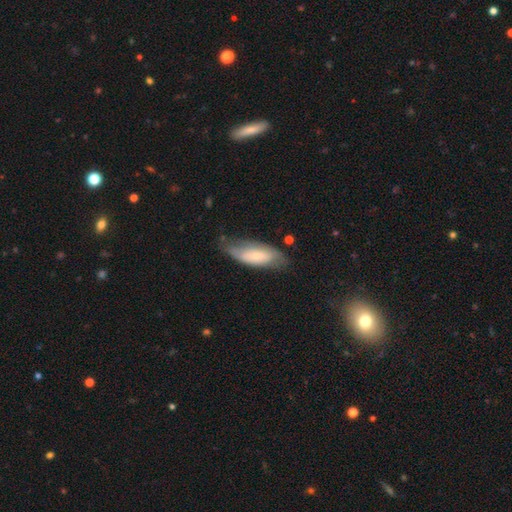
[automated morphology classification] Smooth or featured? Predicted: smooth (p=0.60). How rounded? Predicted: in between (p=0.72). Merging? Predicted: none (p=0.57).